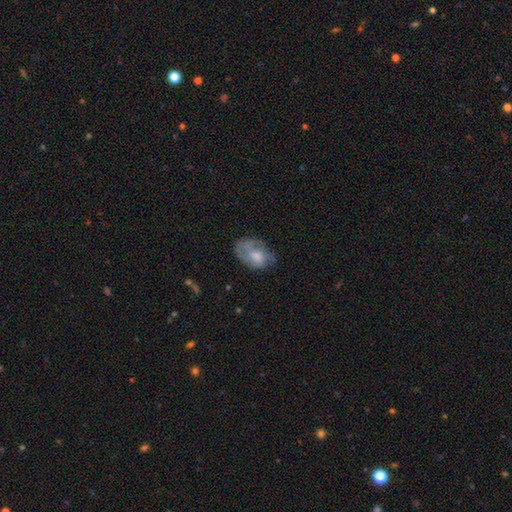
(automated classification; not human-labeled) Morphology: type=smooth (50%); merging=none (49%).